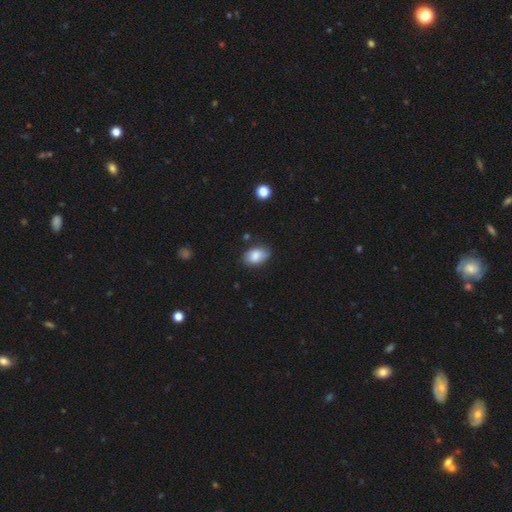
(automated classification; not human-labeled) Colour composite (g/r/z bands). It shows a smooth galaxy with no disk features (82%) that is in between round and cigar-shaped (89%). Merging: none (77%).